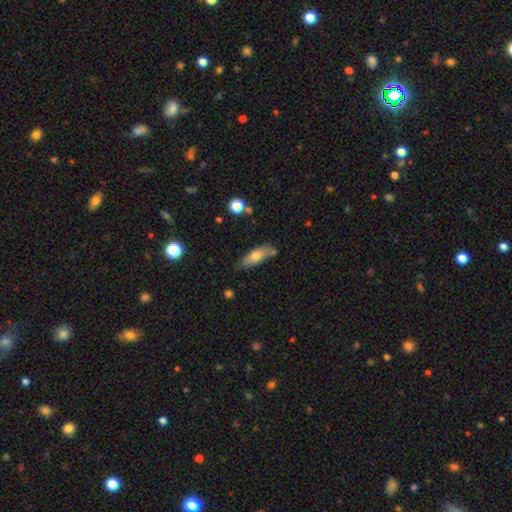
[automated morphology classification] Smooth or featured: smooth — 71% (featured or disk — 22%)
How rounded: in between — 61% (cigar-shaped — 37%)
Merging: none — 63% (minor disturbance — 24%)